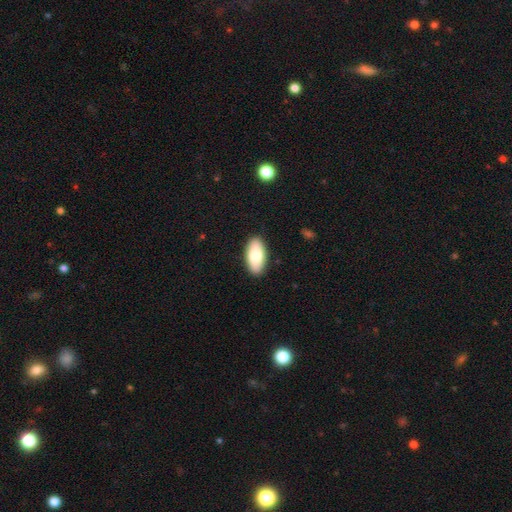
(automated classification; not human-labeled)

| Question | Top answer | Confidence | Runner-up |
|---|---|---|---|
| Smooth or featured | smooth | 81% | featured or disk (14%) |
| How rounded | in between | 92% | cigar-shaped (6%) |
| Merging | none | 89% | minor disturbance (8%) |